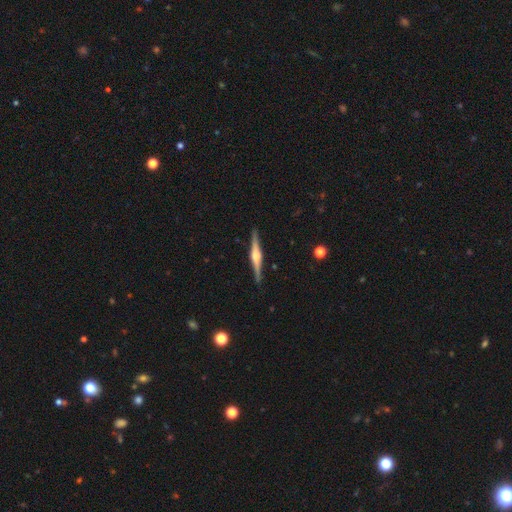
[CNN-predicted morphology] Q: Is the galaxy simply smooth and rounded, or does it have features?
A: featured or disk — 83%.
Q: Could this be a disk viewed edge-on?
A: yes — 98%.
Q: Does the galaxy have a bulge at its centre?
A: rounded — 85%.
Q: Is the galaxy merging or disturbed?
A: none — 91%.